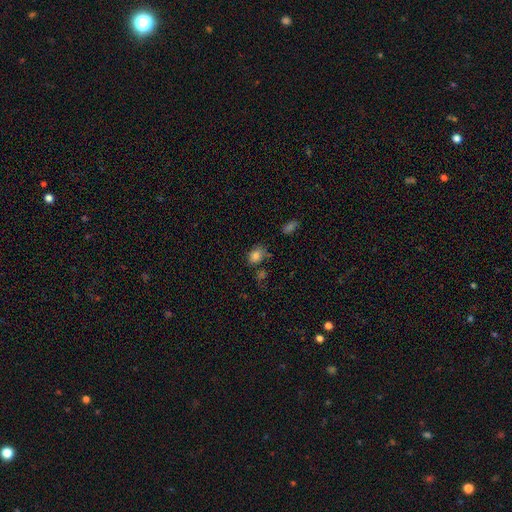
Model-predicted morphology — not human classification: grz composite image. It shows a smooth galaxy with no disk features (81%) that is in between round and cigar-shaped (61%). Merging: none (60%).